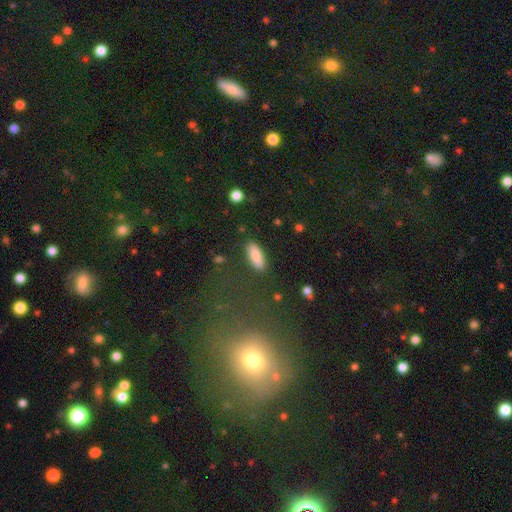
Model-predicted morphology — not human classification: smooth 82%, featured or disk 10%, star or artifact 9%. Down the decision tree: how rounded — in between (72%); merging — none (86%).